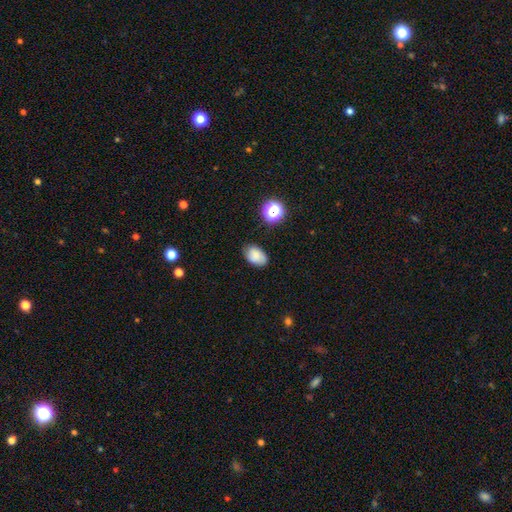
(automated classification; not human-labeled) Overall: smooth (76%). How rounded: in between (87%). Merging: none (78%).